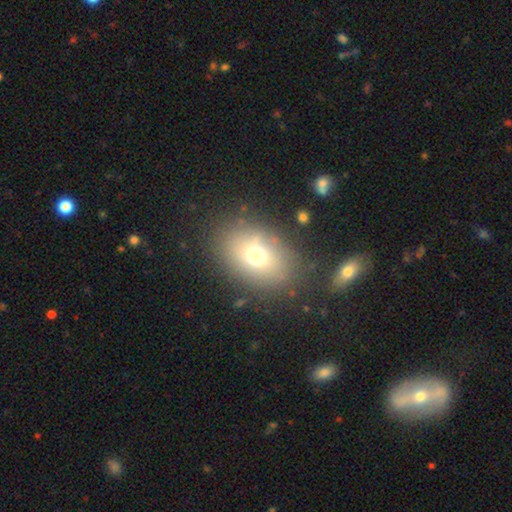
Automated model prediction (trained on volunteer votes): Q: Smooth or featured?
A: smooth (70%); runner-up: featured or disk (18%)
Q: How rounded?
A: in between (76%); runner-up: round (23%)
Q: Merging?
A: none (78%); runner-up: minor disturbance (13%)